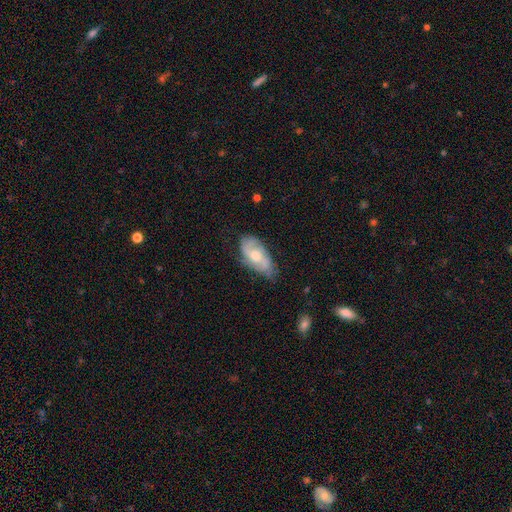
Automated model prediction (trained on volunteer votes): Smooth or featured? Predicted: featured or disk (p=0.66). Edge-on disk? Predicted: no (p=0.94). Bar? Predicted: no (p=0.63). Spiral arms? Predicted: yes (p=0.88). Spiral winding? Predicted: medium (p=0.47). Spiral arm count? Predicted: 2 (p=0.55). Bulge size? Predicted: moderate (p=0.63). Merging? Predicted: none (p=0.62).